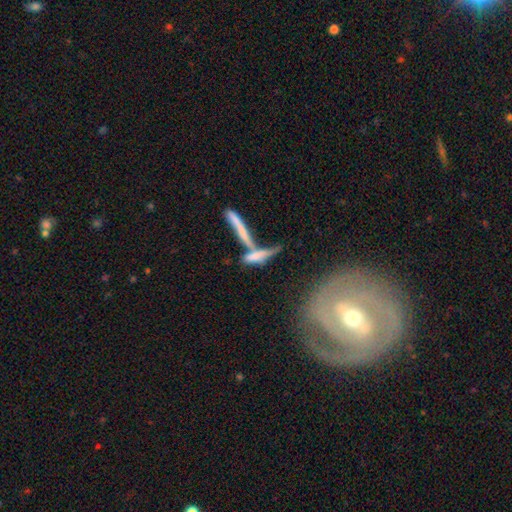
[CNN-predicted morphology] The model was most divided on "smooth or featured": smooth: 52%, featured or disk: 37%, star or artifact: 11%. More confident: how rounded — cigar-shaped (74%); merging — merger (52%).